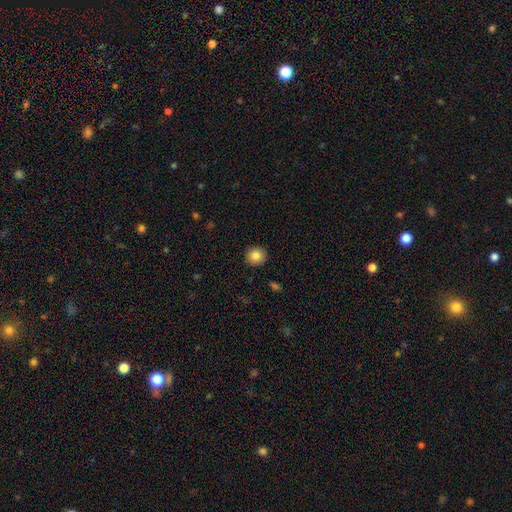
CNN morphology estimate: Smooth or featured?
  - smooth: 84% *
  - star or artifact: 9%
  - featured or disk: 7%
How rounded?
  - round: 93% *
  - in between: 6%
  - cigar-shaped: 1%
Merging?
  - none: 92% *
  - minor disturbance: 5%
  - major disturbance: 2%
  - merger: 1%